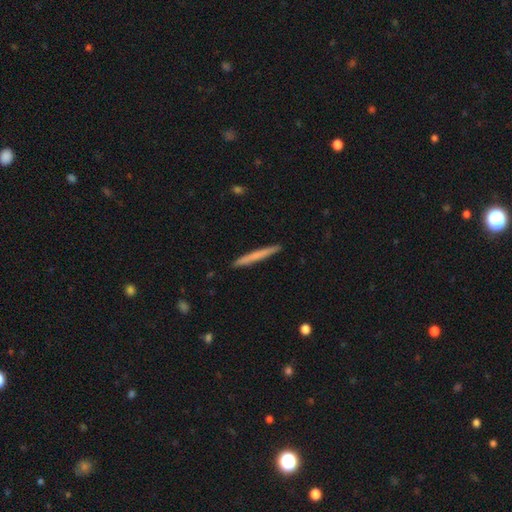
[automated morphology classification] Smooth or featured?
  - smooth: 62% *
  - featured or disk: 33%
  - star or artifact: 5%
How rounded?
  - cigar-shaped: 97% *
  - in between: 2%
  - round: 1%
Merging?
  - none: 92% *
  - minor disturbance: 6%
  - major disturbance: 1%
  - merger: 1%